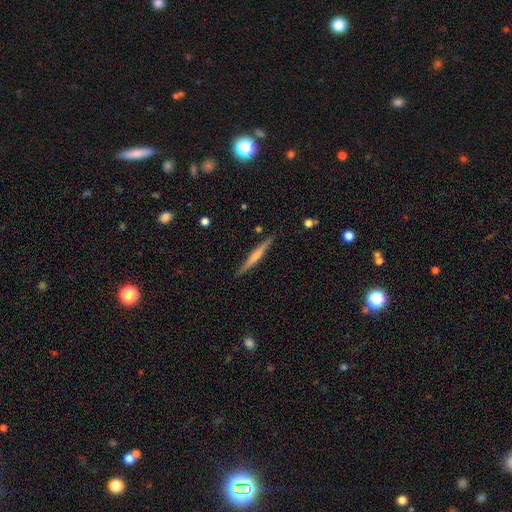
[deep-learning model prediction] Q: Smooth or featured?
A: featured or disk (53%); runner-up: smooth (41%)
Q: Edge-on disk?
A: yes (97%); runner-up: no (3%)
Q: Edge-on bulge?
A: none (45%); runner-up: rounded (38%)
Q: Merging?
A: none (89%); runner-up: minor disturbance (8%)